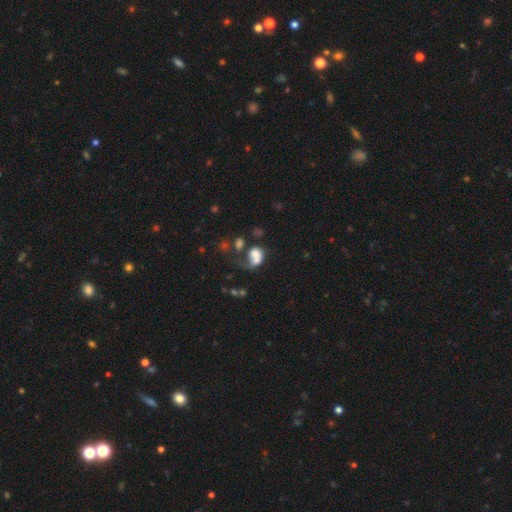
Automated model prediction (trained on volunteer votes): This appears to be a smooth galaxy with no disk features (59%) that is in between round and cigar-shaped (61%). Merging: merger (44%).